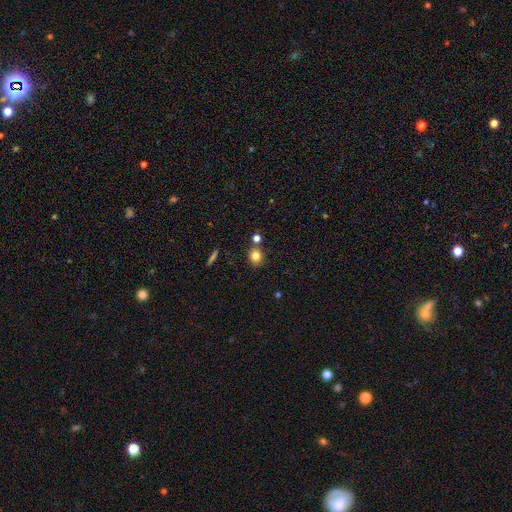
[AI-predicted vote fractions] This is clearly a smooth galaxy (80%). How rounded: likely round (73%). Merging: likely none (78%).